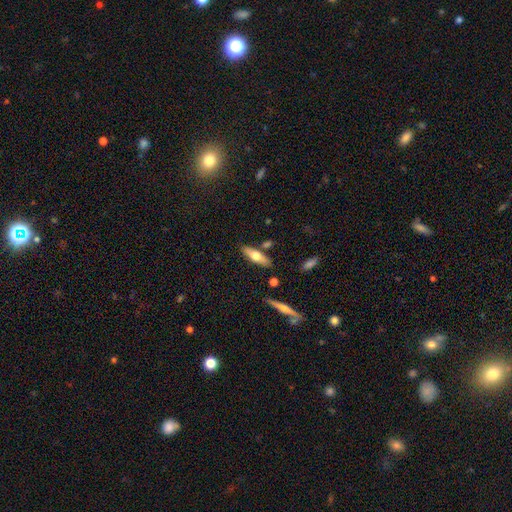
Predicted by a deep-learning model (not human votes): Smooth or featured? Predicted: smooth (p=0.56). How rounded? Predicted: cigar-shaped (p=0.51). Merging? Predicted: none (p=0.79).